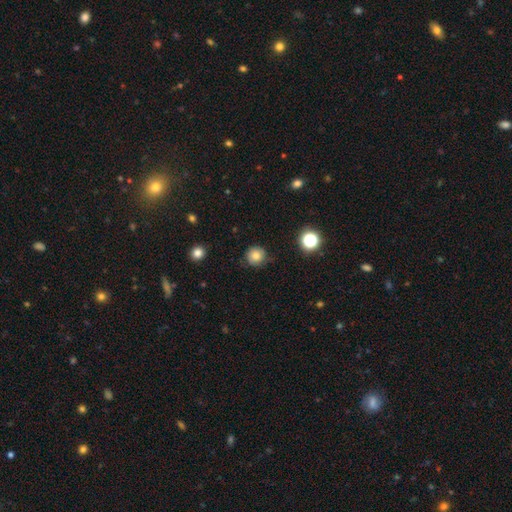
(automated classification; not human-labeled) smooth-or-featured: smooth: 78% | star or artifact: 13% | featured or disk: 10%
  how-rounded: round: 92% | in between: 7% | cigar-shaped: 1%
  merging: none: 78% | minor disturbance: 16% | major disturbance: 4% | merger: 2%